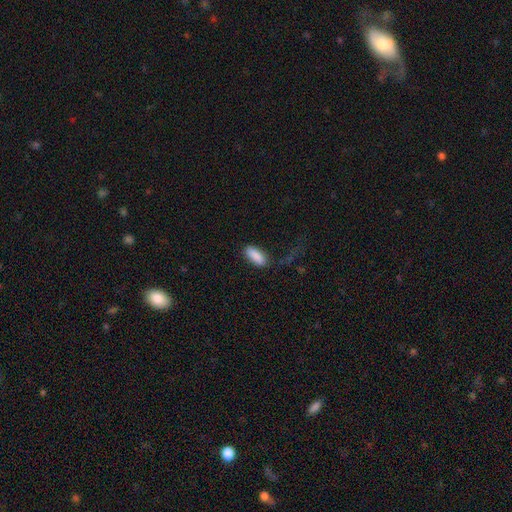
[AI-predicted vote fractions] Smooth or featured?
  - smooth: 89% *
  - star or artifact: 7%
  - featured or disk: 5%
How rounded?
  - in between: 78% *
  - cigar-shaped: 20%
  - round: 2%
Merging?
  - none: 78% *
  - minor disturbance: 15%
  - major disturbance: 5%
  - merger: 2%